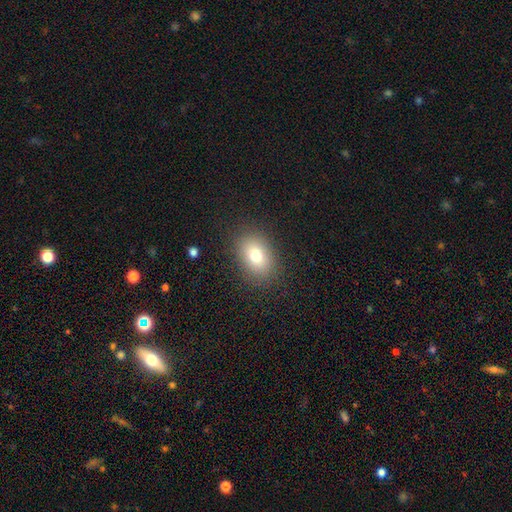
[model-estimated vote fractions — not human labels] Smooth or featured? smooth (78%)
How rounded? in between (80%)
Merging? none (86%)